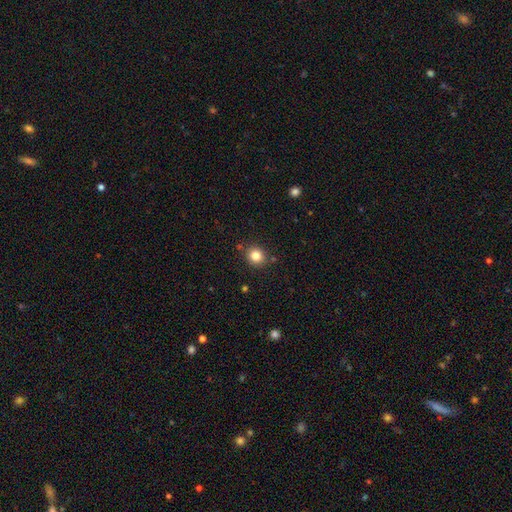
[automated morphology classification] Q: Smooth or featured?
A: smooth (83%); runner-up: star or artifact (11%)
Q: How rounded?
A: round (84%); runner-up: in between (15%)
Q: Merging?
A: none (86%); runner-up: minor disturbance (8%)